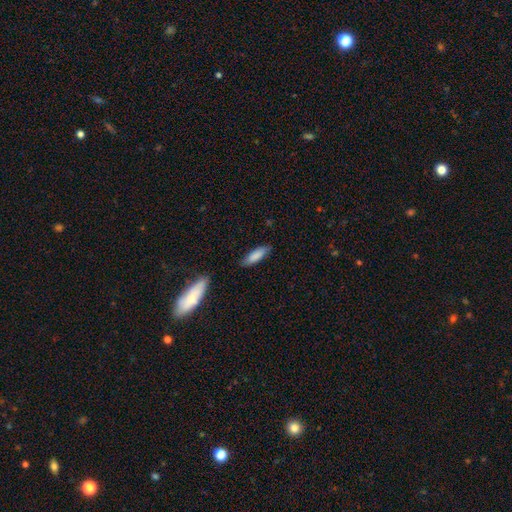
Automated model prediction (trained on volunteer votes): Q: Smooth or featured?
A: smooth (84%); runner-up: featured or disk (10%)
Q: How rounded?
A: cigar-shaped (50%); runner-up: in between (48%)
Q: Merging?
A: none (83%); runner-up: minor disturbance (13%)